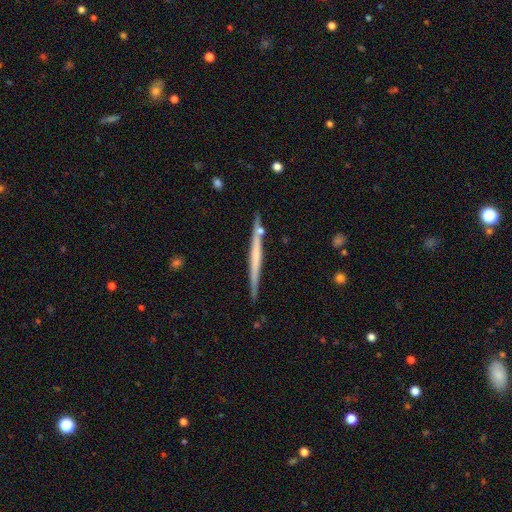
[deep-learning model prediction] smooth_or_featured: featured or disk (p=0.56) [alt: smooth p=0.38]
disk_edge_on: yes (p=0.97) [alt: no p=0.03]
edge_on_bulge: none (p=0.80) [alt: rounded p=0.12]
merging: none (p=0.84) [alt: minor disturbance p=0.10]